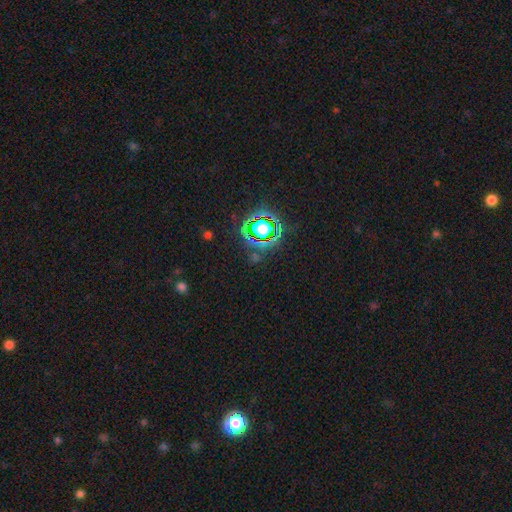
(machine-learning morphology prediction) This appears to be a star or artifact, not a galaxy (75%).